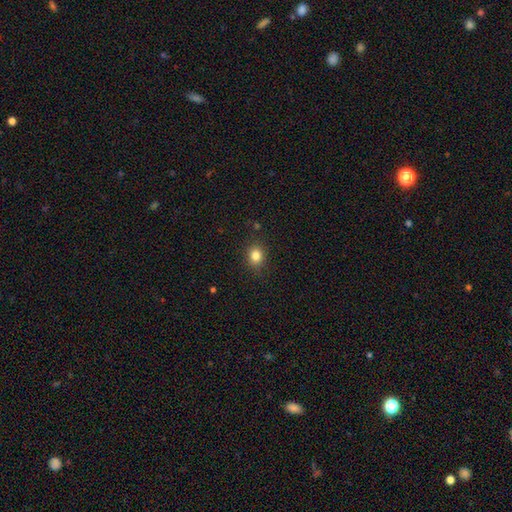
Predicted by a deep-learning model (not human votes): Overall: smooth (83%). How rounded: round (67%; in between 32%). Merging: none (87%).